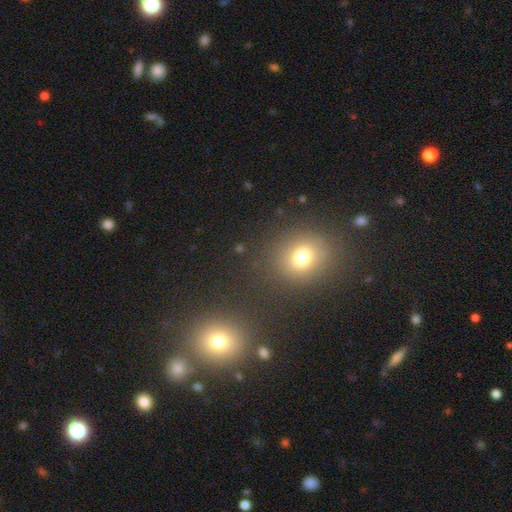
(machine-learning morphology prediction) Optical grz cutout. It shows a smooth galaxy with no disk features (56%) that is round (78%). Merging: none (82%).